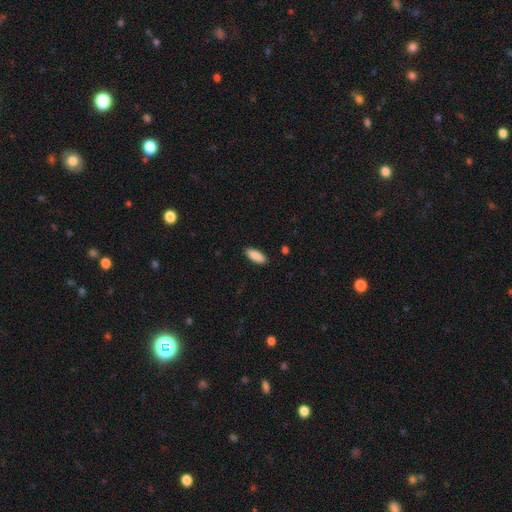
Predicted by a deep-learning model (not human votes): A smooth galaxy with no disk features (89%) that is in between round and cigar-shaped (76%). Merging: none (87%).